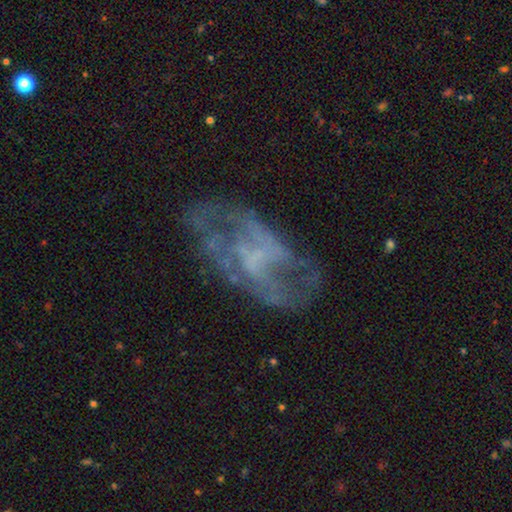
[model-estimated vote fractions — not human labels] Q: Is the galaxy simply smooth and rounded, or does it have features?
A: featured or disk — 76%.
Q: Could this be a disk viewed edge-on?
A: no — 96%.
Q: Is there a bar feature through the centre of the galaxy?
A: no — 56%.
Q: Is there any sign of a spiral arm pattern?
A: yes — 69%.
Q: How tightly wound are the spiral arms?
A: medium — 41%.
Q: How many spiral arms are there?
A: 2 — 47%.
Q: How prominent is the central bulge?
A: none — 58%.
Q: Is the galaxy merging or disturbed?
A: none — 57%.